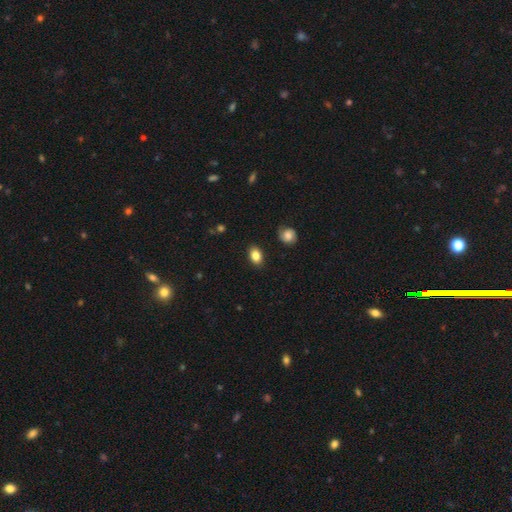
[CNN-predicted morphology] smooth_or_featured: smooth (p=0.84) [alt: star or artifact p=0.08]
how_rounded: in between (p=0.81) [alt: round p=0.17]
merging: none (p=0.87) [alt: minor disturbance p=0.09]